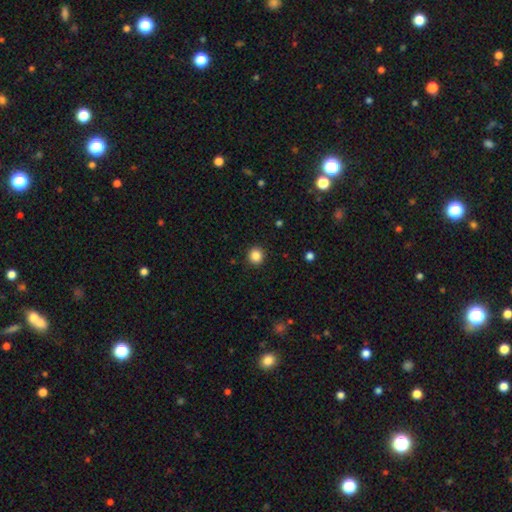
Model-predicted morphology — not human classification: smooth-or-featured: smooth: 86% | star or artifact: 11% | featured or disk: 3%
  how-rounded: round: 93% | in between: 6% | cigar-shaped: 1%
  merging: none: 92% | minor disturbance: 5% | major disturbance: 2% | merger: 1%